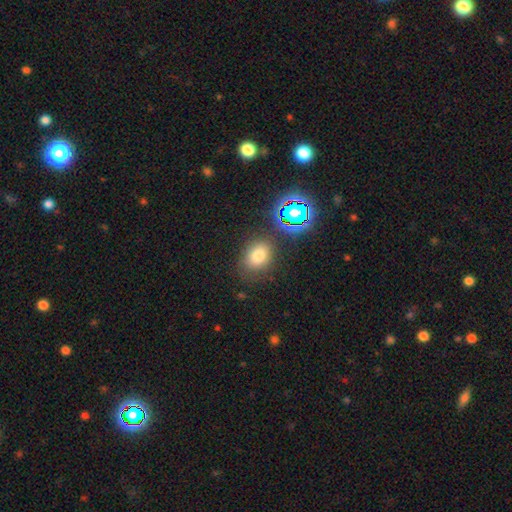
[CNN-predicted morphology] Smooth or featured: smooth — 69% (star or artifact — 21%)
How rounded: in between — 60% (round — 38%)
Merging: none — 79% (minor disturbance — 12%)